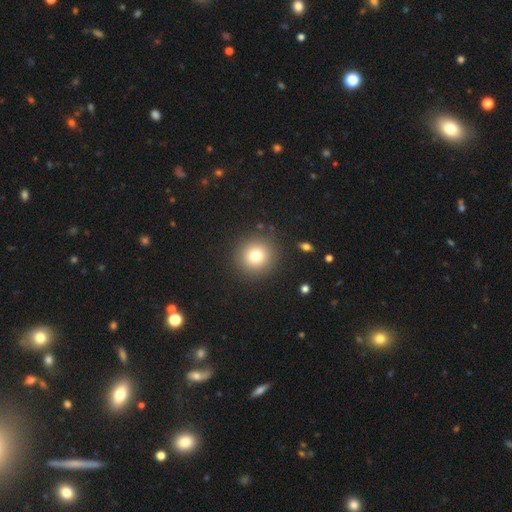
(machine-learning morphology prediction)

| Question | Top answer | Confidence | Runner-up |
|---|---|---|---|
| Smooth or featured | smooth | 78% | star or artifact (13%) |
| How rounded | round | 94% | in between (5%) |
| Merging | none | 90% | minor disturbance (6%) |